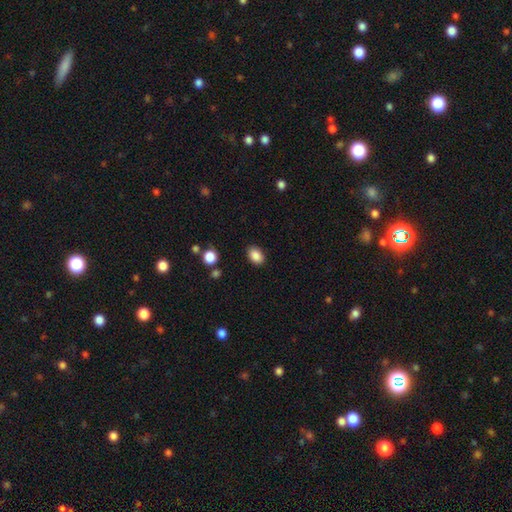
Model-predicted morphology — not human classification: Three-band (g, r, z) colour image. It shows a smooth galaxy with no disk features (88%) that is in between round and cigar-shaped (80%). Merging: none (87%).